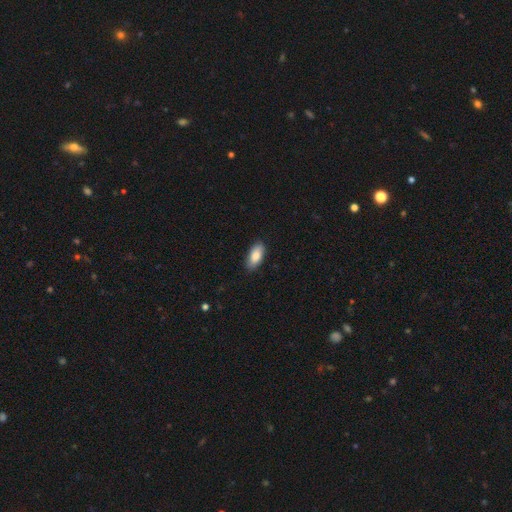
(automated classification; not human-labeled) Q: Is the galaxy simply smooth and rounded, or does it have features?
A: smooth — 86%.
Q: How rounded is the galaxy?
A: in between — 90%.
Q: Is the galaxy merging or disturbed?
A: none — 87%.